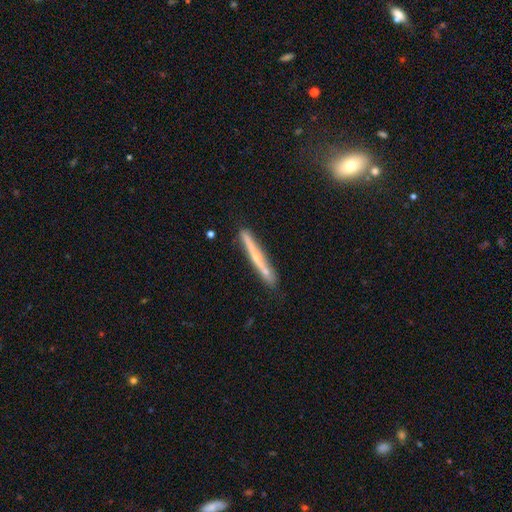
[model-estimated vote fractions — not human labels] This appears to be a featured or disk galaxy (58%) viewed edge-on (94%) with no central bulge (56%). Merging: none (79%).